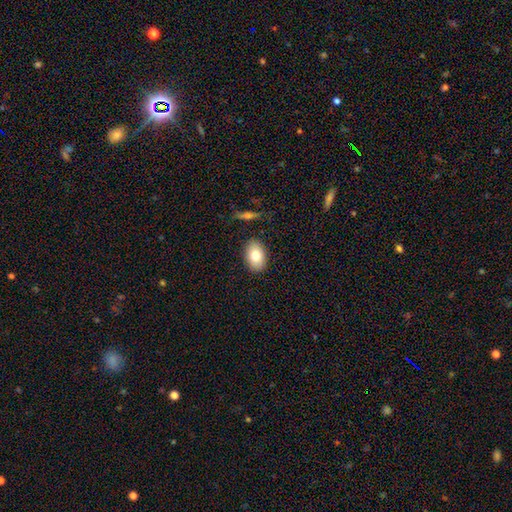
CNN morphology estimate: Smooth or featured?
  - smooth: 78% *
  - featured or disk: 14%
  - star or artifact: 8%
How rounded?
  - in between: 88% *
  - round: 11%
  - cigar-shaped: 1%
Merging?
  - none: 87% *
  - minor disturbance: 9%
  - major disturbance: 2%
  - merger: 2%